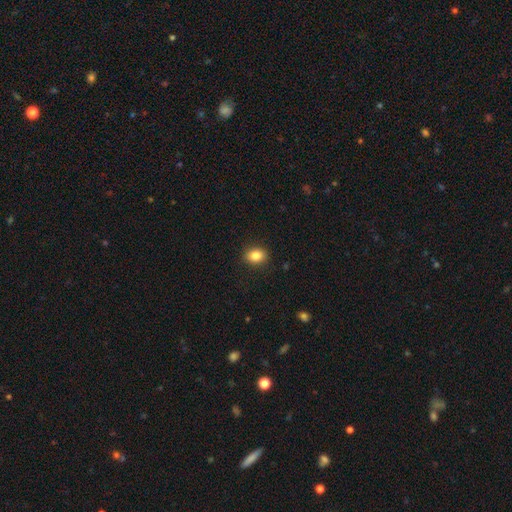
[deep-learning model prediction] Smooth or featured? Predicted: smooth (p=0.85). How rounded? Predicted: in between (p=0.64). Merging? Predicted: none (p=0.89).